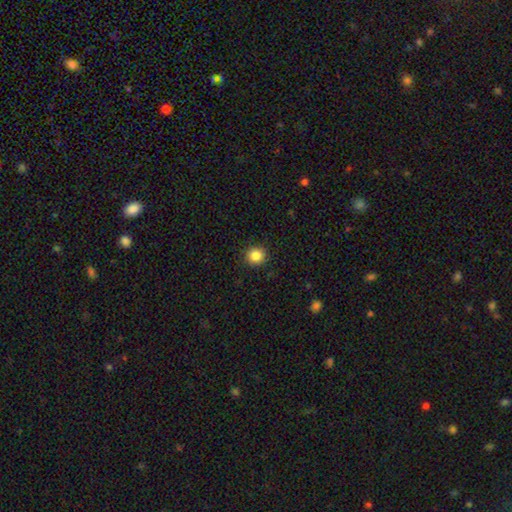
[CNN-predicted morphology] type=smooth (86%); roundness=round (92%); merging=none (91%).